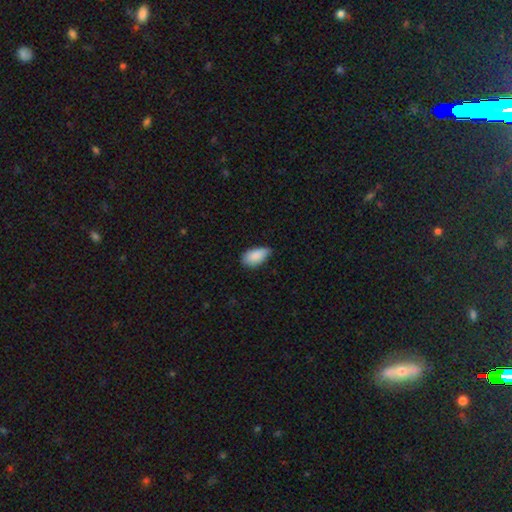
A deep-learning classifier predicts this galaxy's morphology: The model was most divided on "merging": none: 54%, minor disturbance: 40%, major disturbance: 5%, merger: 1%. More confident: how rounded — in between (94%); smooth or featured — smooth (88%).